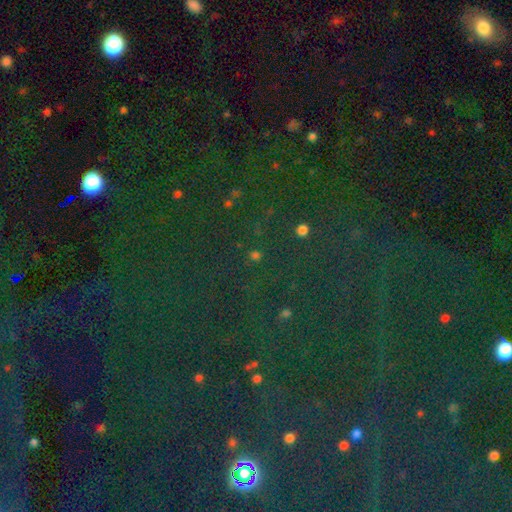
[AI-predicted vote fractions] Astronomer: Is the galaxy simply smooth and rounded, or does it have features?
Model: star or artifact — 63%.